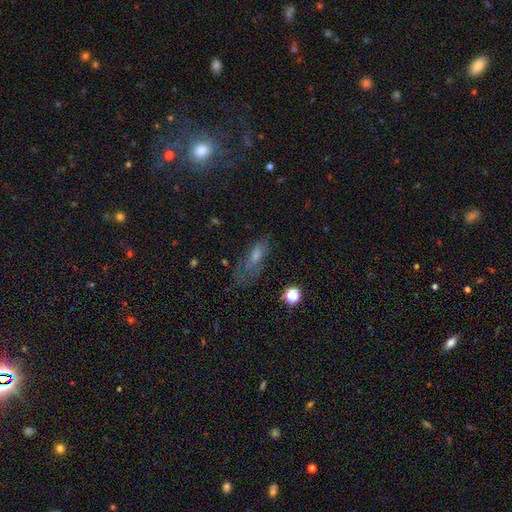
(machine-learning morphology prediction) smooth-or-featured: smooth: 52% | featured or disk: 30% | star or artifact: 18%
  how-rounded: in between: 70% | cigar-shaped: 24% | round: 6%
  merging: none: 46% | major disturbance: 25% | minor disturbance: 25% | merger: 4%